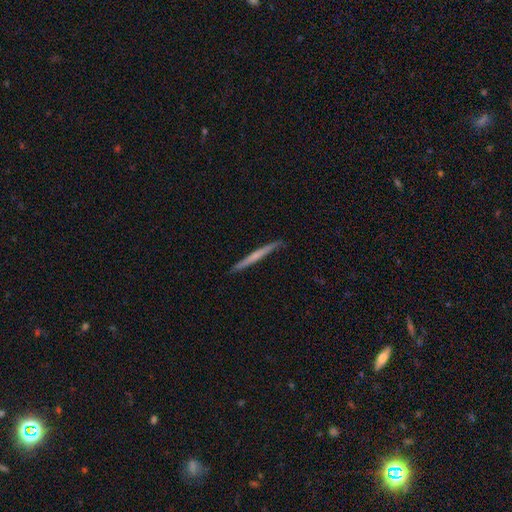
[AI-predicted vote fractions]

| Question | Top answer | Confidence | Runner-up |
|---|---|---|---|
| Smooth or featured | featured or disk | 49% | smooth (45%) |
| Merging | none | 89% | minor disturbance (8%) |